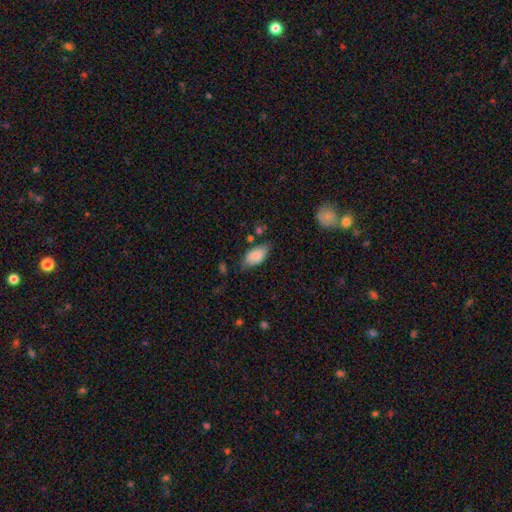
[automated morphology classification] This appears to be a smooth galaxy with no disk features (85%) that is in between round and cigar-shaped (93%). Merging: none (70%).